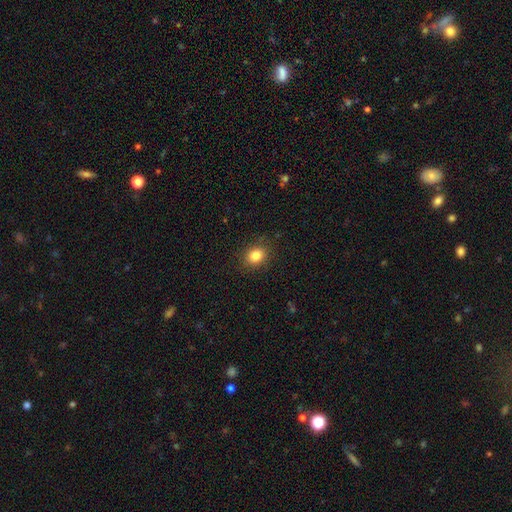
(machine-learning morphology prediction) A smooth galaxy with no disk features (83%) that is round (56%). Merging: none (87%).